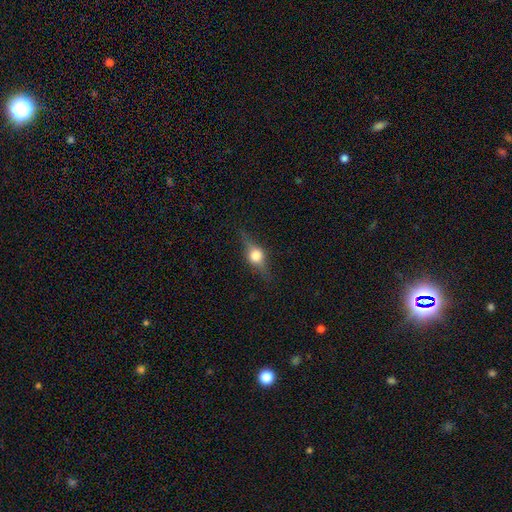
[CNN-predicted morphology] type=featured or disk (57%); edge-on=yes (94%); edge-on bulge=rounded (96%); merging=none (82%).